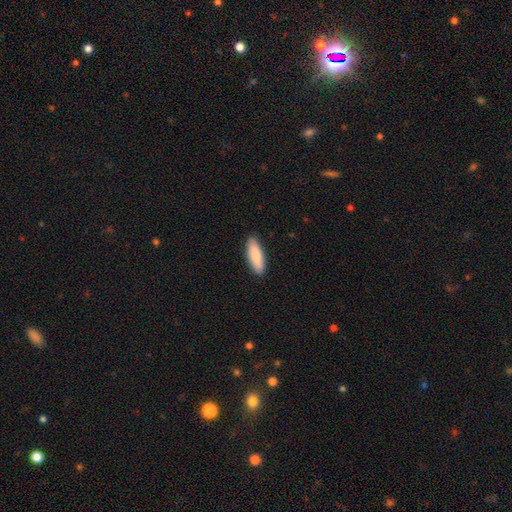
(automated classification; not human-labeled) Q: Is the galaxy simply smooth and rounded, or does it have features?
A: smooth — 88%.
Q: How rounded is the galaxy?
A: in between — 57%.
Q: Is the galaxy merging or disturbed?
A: none — 89%.